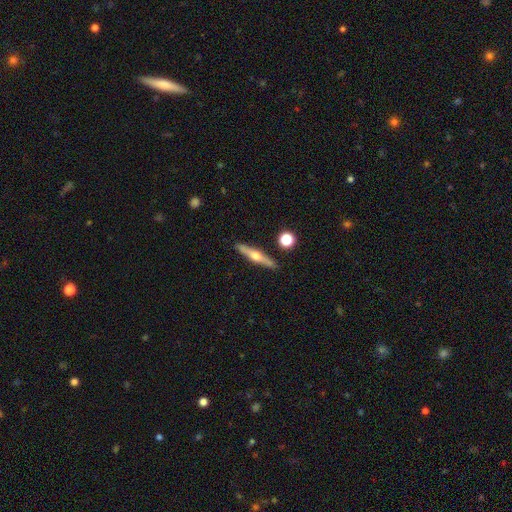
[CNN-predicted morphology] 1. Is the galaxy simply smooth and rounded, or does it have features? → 66% featured or disk, 28% smooth, 6% star or artifact.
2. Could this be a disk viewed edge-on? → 96% yes, 4% no.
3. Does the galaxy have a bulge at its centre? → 93% rounded, 4% none, 3% boxy.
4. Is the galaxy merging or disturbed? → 89% none, 7% minor disturbance, 2% merger, 2% major disturbance.